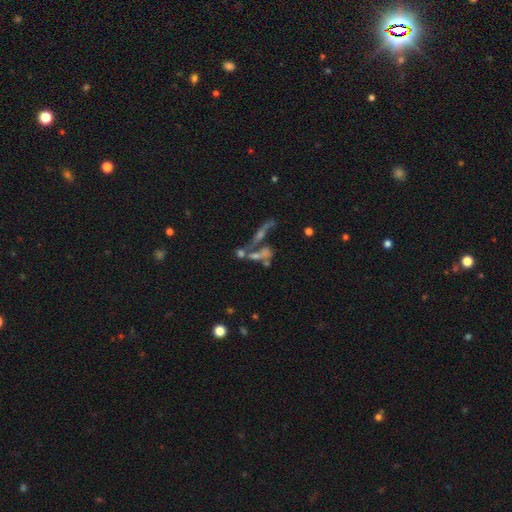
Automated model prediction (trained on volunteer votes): Morphology: type=featured or disk (52%); edge-on=no (77%); merging=merger (44%).